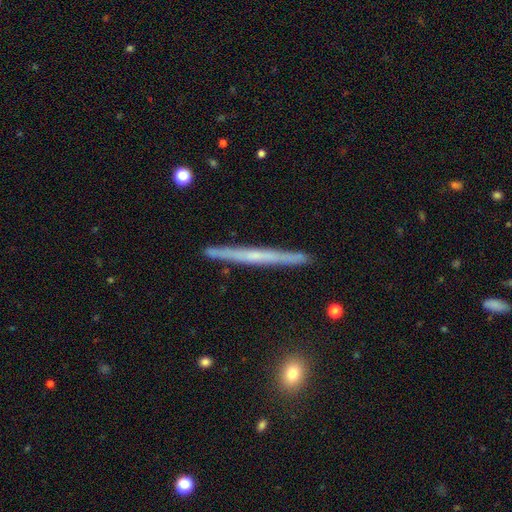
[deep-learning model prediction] Smooth or featured: featured or disk — 67% (smooth — 27%)
Edge-on disk: yes — 97% (no — 3%)
Edge-on bulge: none — 63% (rounded — 31%)
Merging: none — 90% (minor disturbance — 7%)